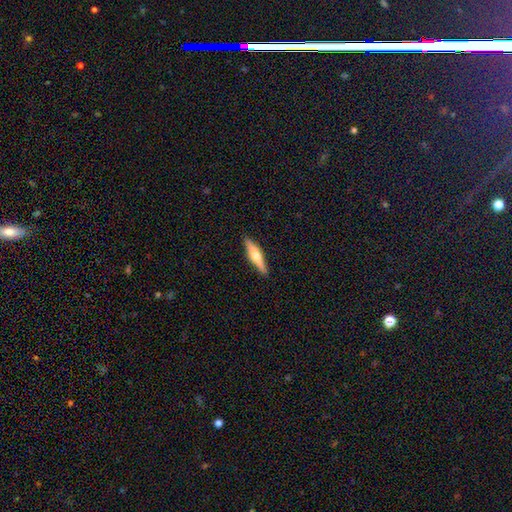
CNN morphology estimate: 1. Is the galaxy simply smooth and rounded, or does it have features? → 55% featured or disk, 40% smooth, 5% star or artifact.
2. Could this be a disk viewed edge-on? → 95% yes, 5% no.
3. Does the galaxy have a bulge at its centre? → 92% rounded, 4% boxy, 4% none.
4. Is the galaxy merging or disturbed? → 90% none, 7% minor disturbance, 2% major disturbance, 1% merger.